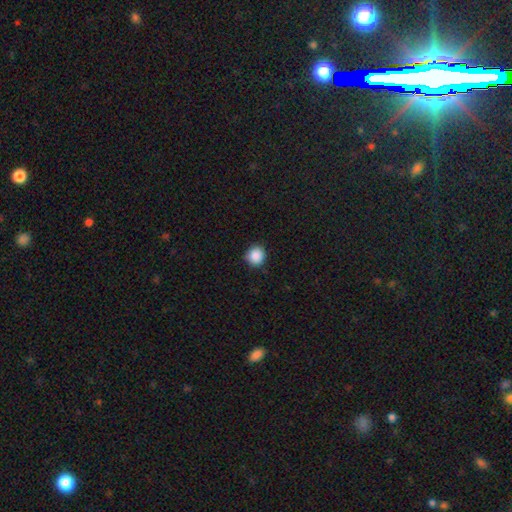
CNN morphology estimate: Q: Smooth or featured?
A: smooth (88%); runner-up: star or artifact (9%)
Q: How rounded?
A: round (90%); runner-up: in between (9%)
Q: Merging?
A: none (88%); runner-up: minor disturbance (9%)